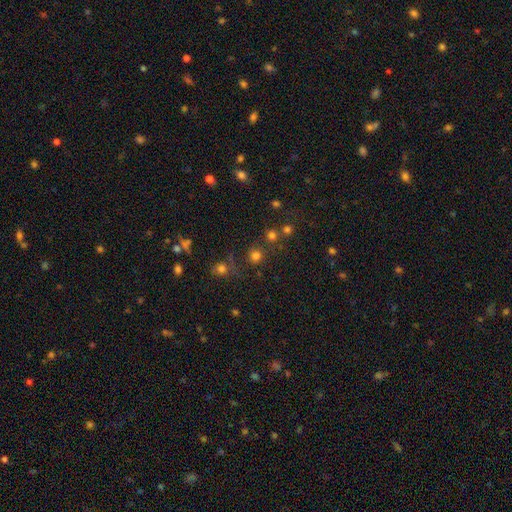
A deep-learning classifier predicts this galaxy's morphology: This is likely a smooth galaxy (71%). How rounded: clearly round (91%). Merging: likely none (75%).